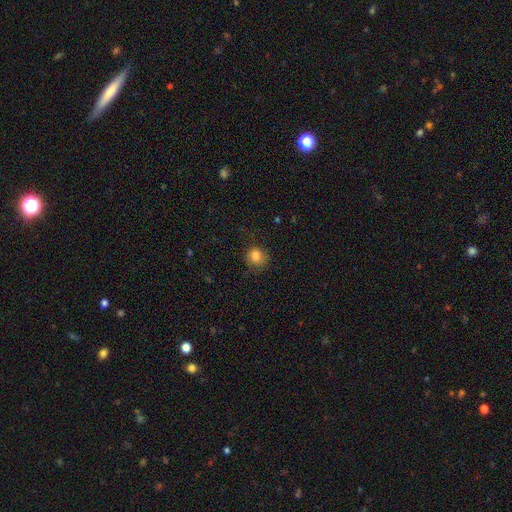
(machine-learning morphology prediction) smooth_or_featured: smooth (p=0.83) [alt: star or artifact p=0.11]
how_rounded: round (p=0.86) [alt: in between p=0.13]
merging: none (p=0.75) [alt: minor disturbance p=0.17]